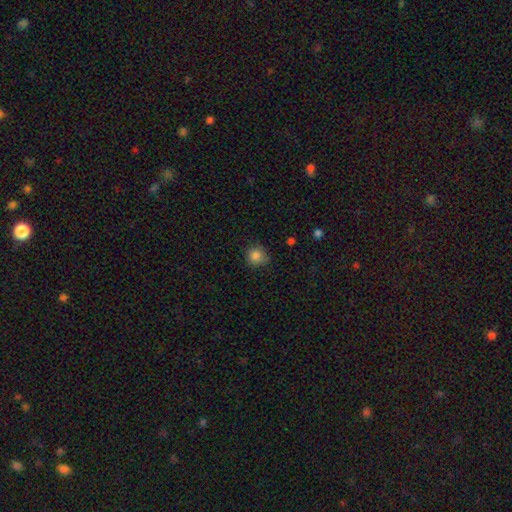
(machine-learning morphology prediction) Smooth or featured: smooth — 85% (star or artifact — 11%)
How rounded: round — 89% (in between — 10%)
Merging: none — 77% (minor disturbance — 18%)